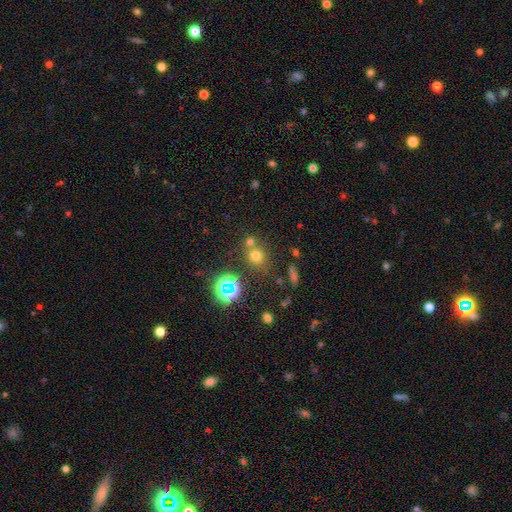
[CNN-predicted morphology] smooth-or-featured: smooth: 63% | star or artifact: 28% | featured or disk: 9%
  how-rounded: round: 81% | in between: 18% | cigar-shaped: 1%
  merging: none: 64% | merger: 22% | minor disturbance: 10% | major disturbance: 4%